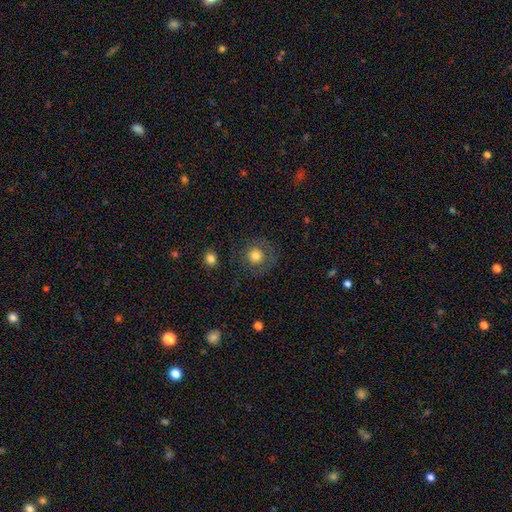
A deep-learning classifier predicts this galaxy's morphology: smooth 76%, featured or disk 13%, star or artifact 11%. Down the decision tree: how rounded — round (94%); merging — none (80%).